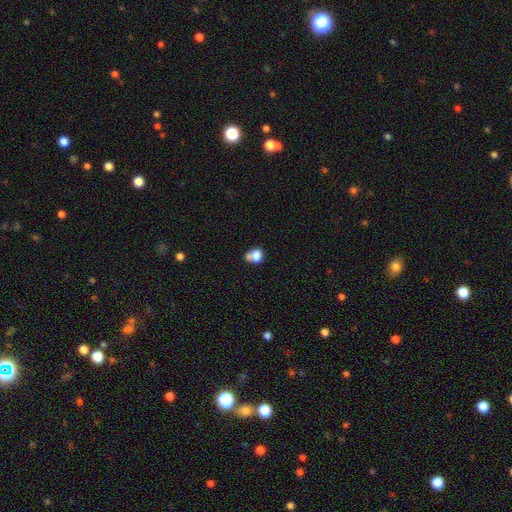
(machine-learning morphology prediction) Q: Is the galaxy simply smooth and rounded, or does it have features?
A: smooth — 77%.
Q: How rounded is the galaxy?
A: round — 51%.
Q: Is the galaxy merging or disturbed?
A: merger — 44%.